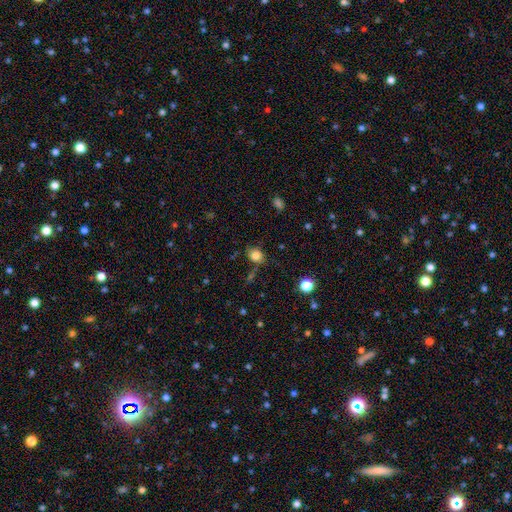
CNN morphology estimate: Q: Smooth or featured?
A: smooth (81%); runner-up: star or artifact (12%)
Q: How rounded?
A: round (60%); runner-up: in between (39%)
Q: Merging?
A: none (69%); runner-up: minor disturbance (20%)